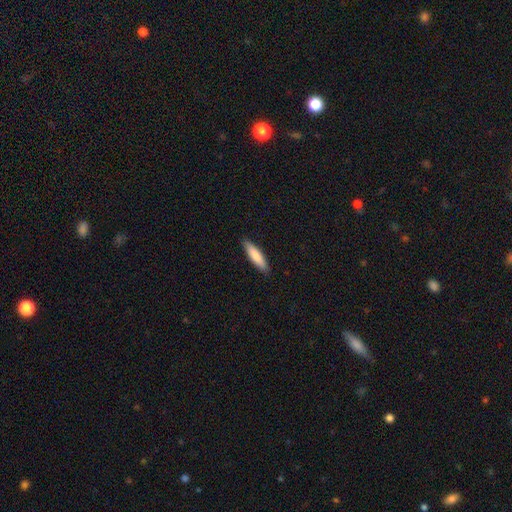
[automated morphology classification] smooth_or_featured: smooth (p=0.84) [alt: featured or disk p=0.11]
how_rounded: cigar-shaped (p=0.73) [alt: in between p=0.26]
merging: none (p=0.89) [alt: minor disturbance p=0.09]